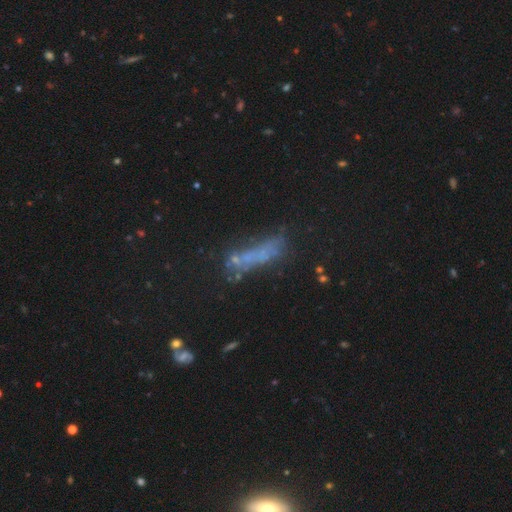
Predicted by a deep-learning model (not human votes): A smooth galaxy with no disk features (41%). Merging: none (46%).